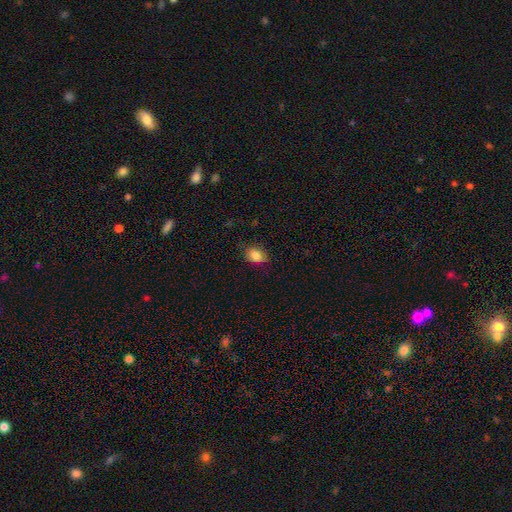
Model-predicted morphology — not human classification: This appears to be a smooth galaxy with no disk features (85%) that is in between round and cigar-shaped (76%). Merging: none (79%).